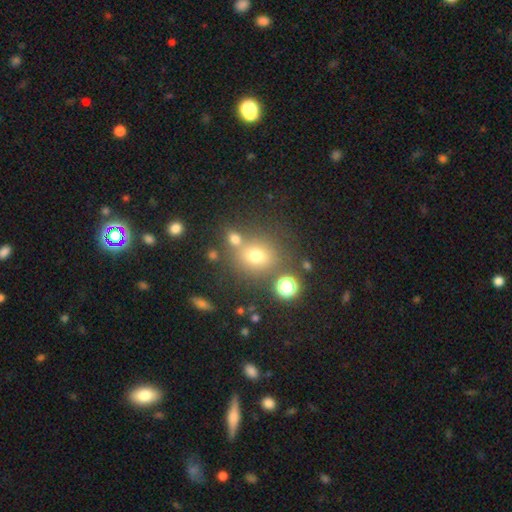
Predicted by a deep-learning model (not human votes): A smooth galaxy with no disk features (68%) that is round (77%). Merging: none (65%).